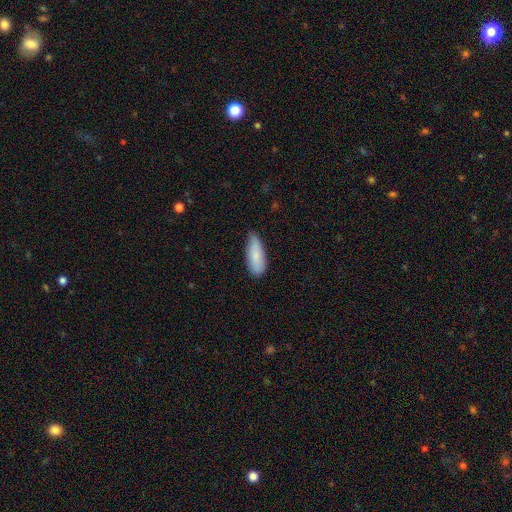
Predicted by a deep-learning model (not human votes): Smooth or featured? Predicted: smooth (p=0.83). How rounded? Predicted: in between (p=0.73). Merging? Predicted: none (p=0.71).